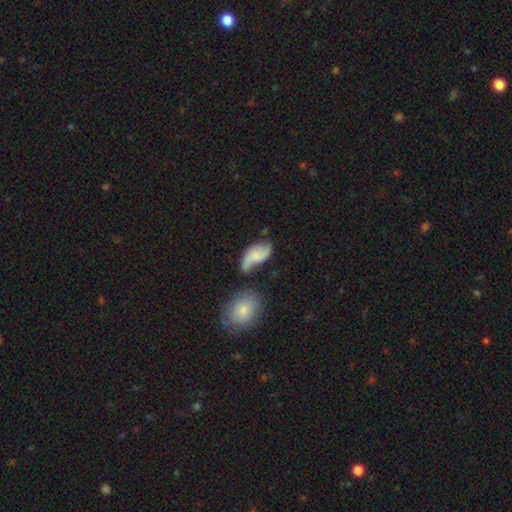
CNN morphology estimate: type=featured or disk (55%); edge-on=no (96%); bar=no (64%); spiral arms=yes (86%); bulge=small (43%); merging=none (40%).